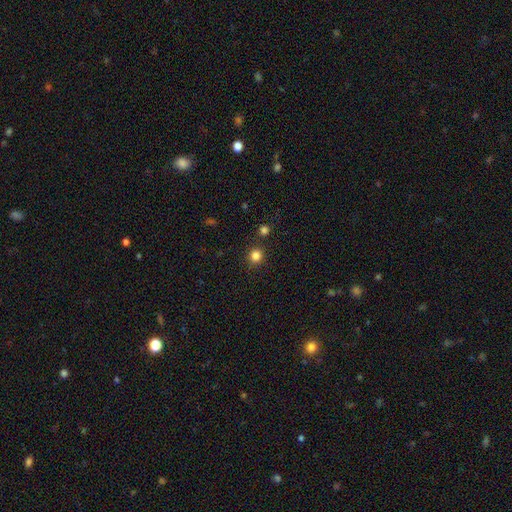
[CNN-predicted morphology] smooth_or_featured: smooth (p=0.83) [alt: star or artifact p=0.13]
how_rounded: round (p=0.91) [alt: in between p=0.08]
merging: none (p=0.84) [alt: minor disturbance p=0.08]